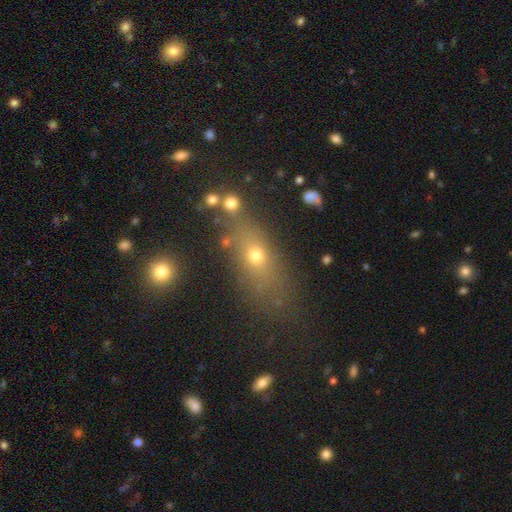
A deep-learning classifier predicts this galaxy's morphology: smooth_or_featured: smooth (p=0.56) [alt: featured or disk p=0.22]
how_rounded: in between (p=0.53) [alt: cigar-shaped p=0.31]
merging: none (p=0.71) [alt: minor disturbance p=0.14]